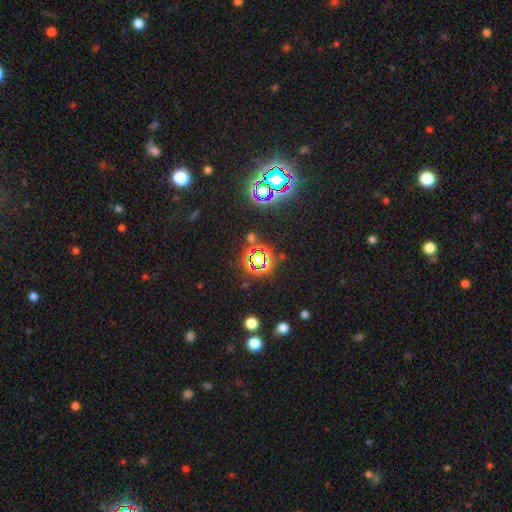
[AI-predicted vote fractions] Overall: star or artifact (79%).